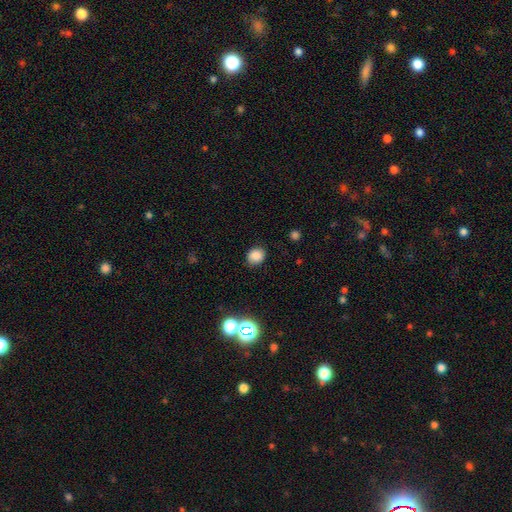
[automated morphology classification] Smooth or featured? smooth (83%)
How rounded? round (63%)
Merging? none (82%)